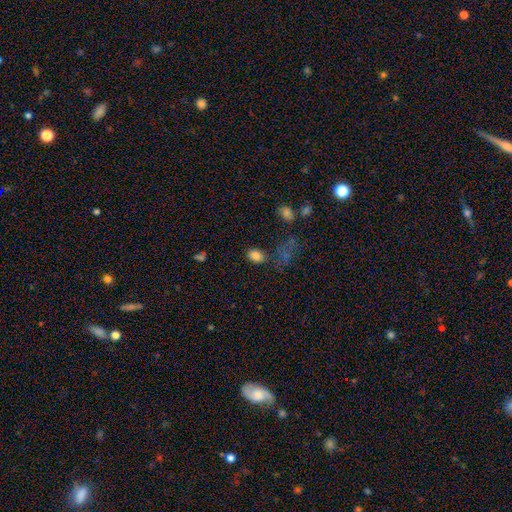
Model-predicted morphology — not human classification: A smooth galaxy with no disk features (82%) that is in between round and cigar-shaped (74%).

Vote fractions:
- Smooth or featured? smooth: 82% / star or artifact: 11% / featured or disk: 6%
- How rounded? in between: 74% / round: 25% / cigar-shaped: 1%
- Merging? none: 77% / minor disturbance: 14% / major disturbance: 5% / merger: 4%